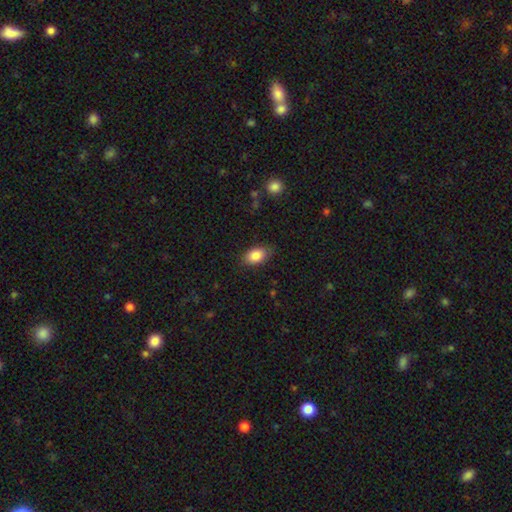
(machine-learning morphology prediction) smooth_or_featured: smooth (p=0.86) [alt: star or artifact p=0.07]
how_rounded: in between (p=0.88) [alt: round p=0.10]
merging: none (p=0.82) [alt: minor disturbance p=0.14]